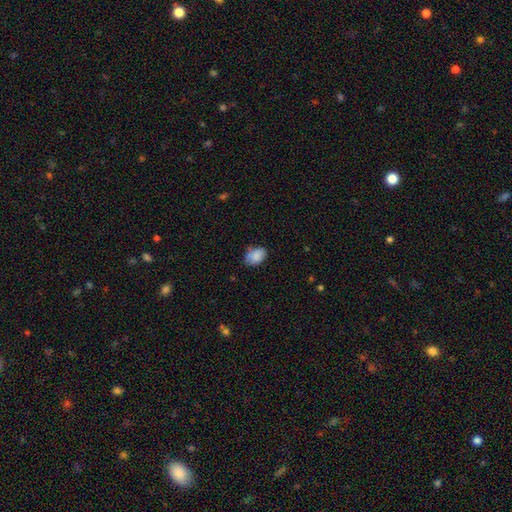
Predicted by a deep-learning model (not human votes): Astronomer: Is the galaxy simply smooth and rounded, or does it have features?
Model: smooth — 85%.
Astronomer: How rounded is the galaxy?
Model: in between — 81%.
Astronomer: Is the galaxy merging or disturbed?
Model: none — 66%.